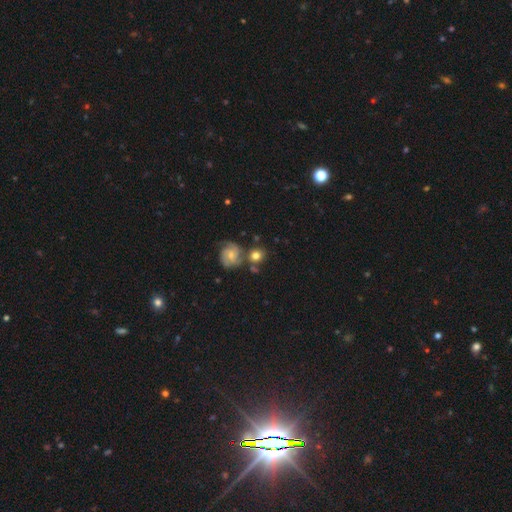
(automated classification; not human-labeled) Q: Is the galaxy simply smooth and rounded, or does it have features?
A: smooth — 55%.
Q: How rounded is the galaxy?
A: round — 79%.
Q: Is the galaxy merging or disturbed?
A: none — 64%.